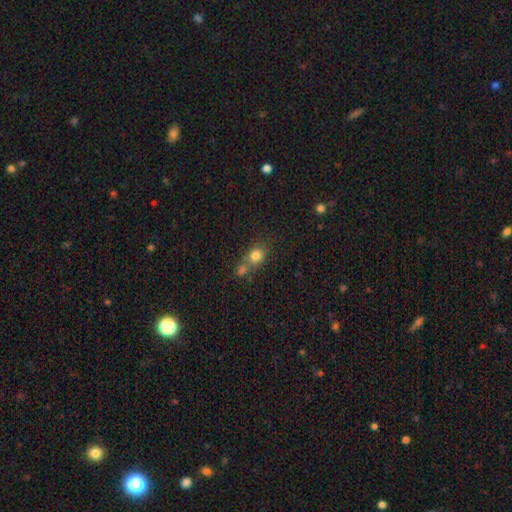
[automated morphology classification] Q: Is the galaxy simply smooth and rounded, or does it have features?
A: smooth — 78%.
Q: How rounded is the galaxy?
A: round — 69%.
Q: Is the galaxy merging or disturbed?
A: merger — 43%.